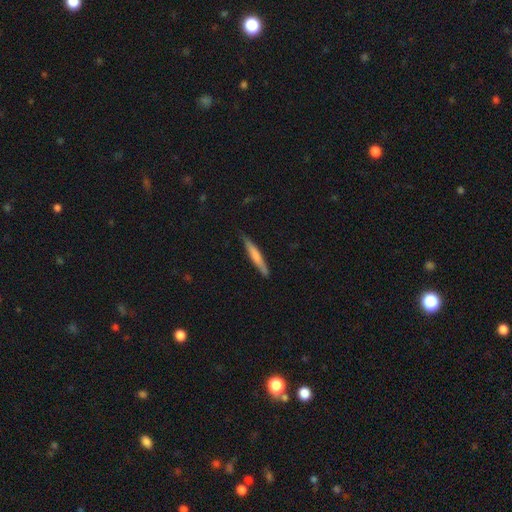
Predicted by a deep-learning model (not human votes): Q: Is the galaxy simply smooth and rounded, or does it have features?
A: smooth — 62%.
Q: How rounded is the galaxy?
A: cigar-shaped — 94%.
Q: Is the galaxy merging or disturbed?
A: none — 84%.